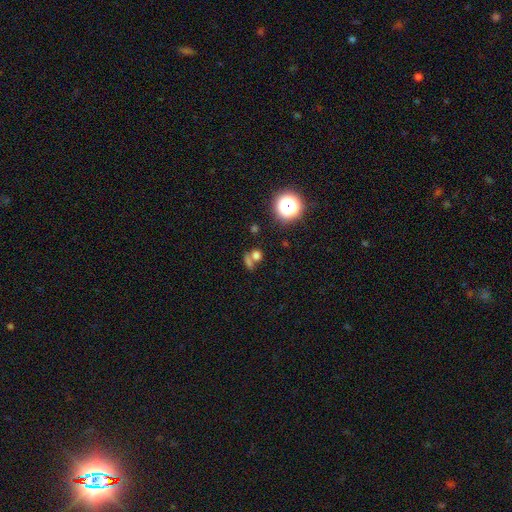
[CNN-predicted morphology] Q: Smooth or featured?
A: smooth (67%); runner-up: star or artifact (23%)
Q: How rounded?
A: round (75%); runner-up: in between (22%)
Q: Merging?
A: none (48%); runner-up: merger (38%)